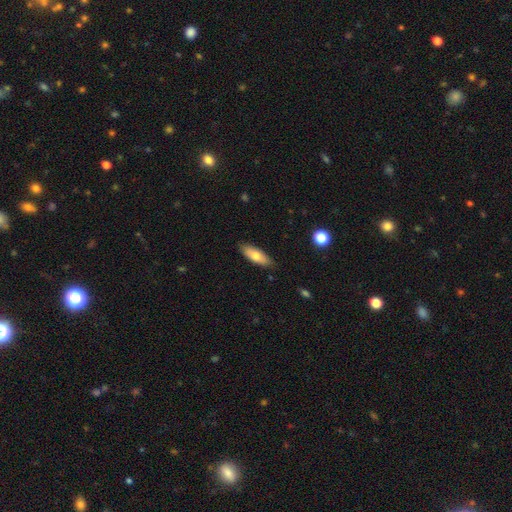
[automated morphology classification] Q: Smooth or featured?
A: smooth (71%); runner-up: featured or disk (23%)
Q: How rounded?
A: in between (64%); runner-up: cigar-shaped (34%)
Q: Merging?
A: none (86%); runner-up: minor disturbance (11%)